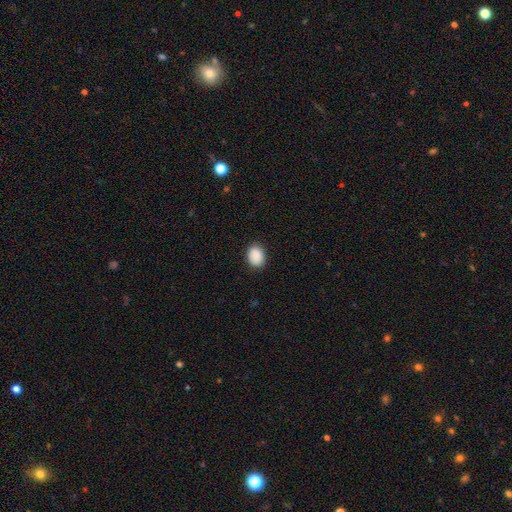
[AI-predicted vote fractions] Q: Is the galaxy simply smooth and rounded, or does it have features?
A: smooth — 90%.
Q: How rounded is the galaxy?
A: in between — 64%.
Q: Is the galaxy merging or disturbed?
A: none — 88%.